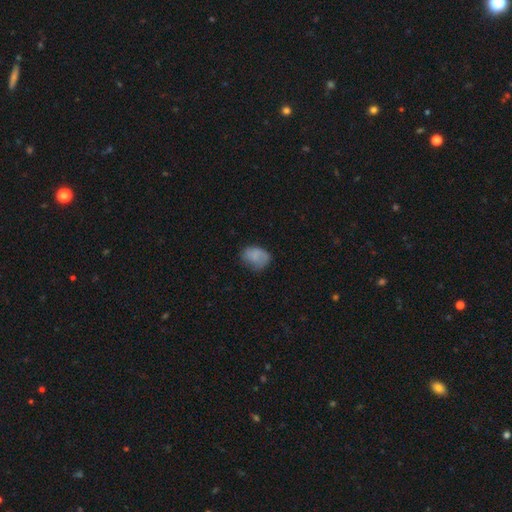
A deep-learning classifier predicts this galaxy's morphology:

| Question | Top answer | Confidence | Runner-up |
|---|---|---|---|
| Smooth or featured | smooth | 74% | featured or disk (16%) |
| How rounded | in between | 64% | round (35%) |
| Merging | none | 56% | minor disturbance (30%) |